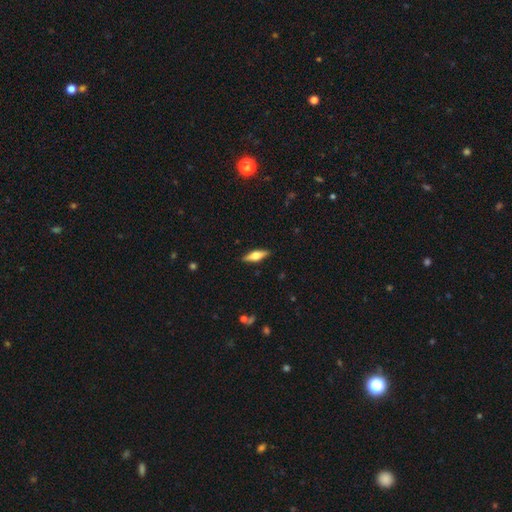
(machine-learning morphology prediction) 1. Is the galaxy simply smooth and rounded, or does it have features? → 48% featured or disk, 46% smooth, 6% star or artifact.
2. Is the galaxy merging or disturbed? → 89% none, 8% minor disturbance, 2% major disturbance, 1% merger.